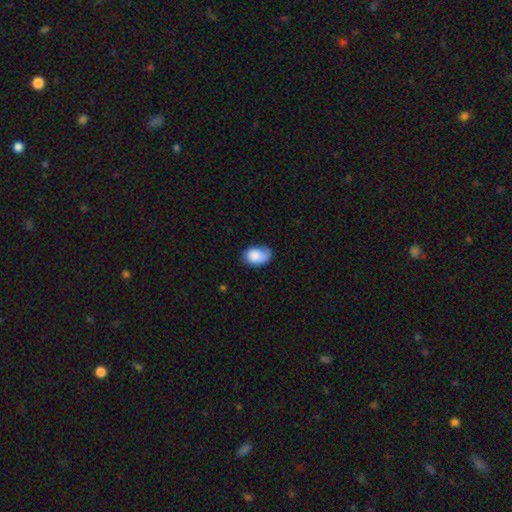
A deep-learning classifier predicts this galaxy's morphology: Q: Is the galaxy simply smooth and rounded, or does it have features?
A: smooth — 82%.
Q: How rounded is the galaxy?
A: in between — 85%.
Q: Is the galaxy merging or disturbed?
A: none — 46%.